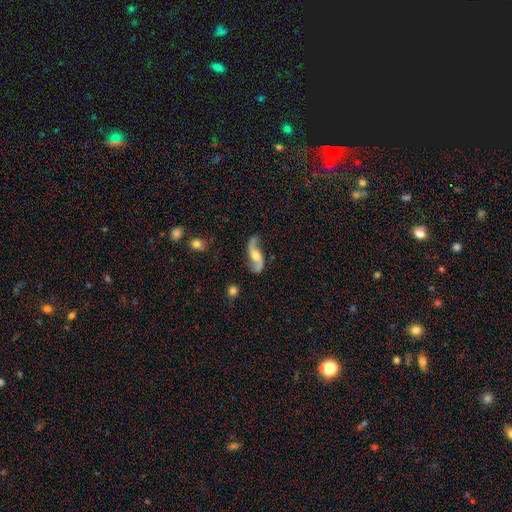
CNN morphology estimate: Q: Smooth or featured?
A: featured or disk (86%); runner-up: smooth (9%)
Q: Edge-on disk?
A: no (92%); runner-up: yes (8%)
Q: Bar?
A: no (60%); runner-up: weak (30%)
Q: Spiral arms?
A: yes (96%); runner-up: no (4%)
Q: Spiral winding?
A: loose (87%); runner-up: medium (10%)
Q: Spiral arm count?
A: 2 (94%); runner-up: 1 (2%)
Q: Bulge size?
A: moderate (66%); runner-up: small (17%)
Q: Merging?
A: none (74%); runner-up: minor disturbance (16%)